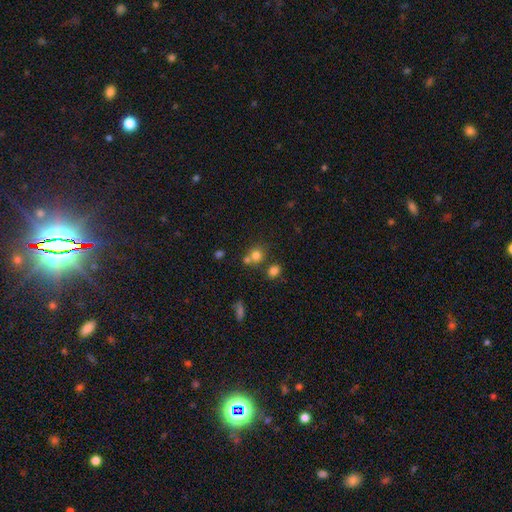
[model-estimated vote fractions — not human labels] Smooth or featured: smooth — 74% (star or artifact — 16%)
How rounded: round — 82% (in between — 17%)
Merging: none — 55% (merger — 33%)